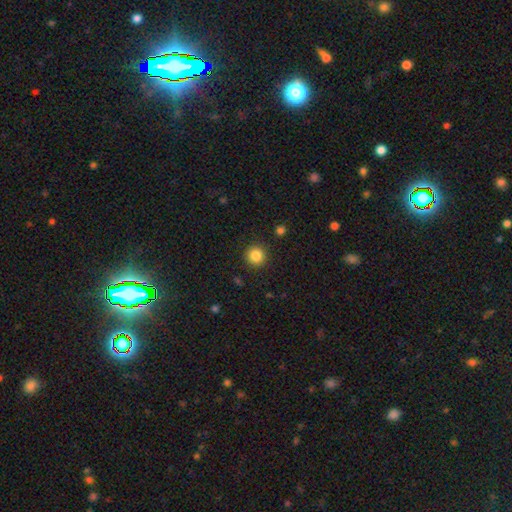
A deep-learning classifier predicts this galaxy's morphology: This appears to be a smooth galaxy with no disk features (85%) that is round (95%). Merging: none (92%).